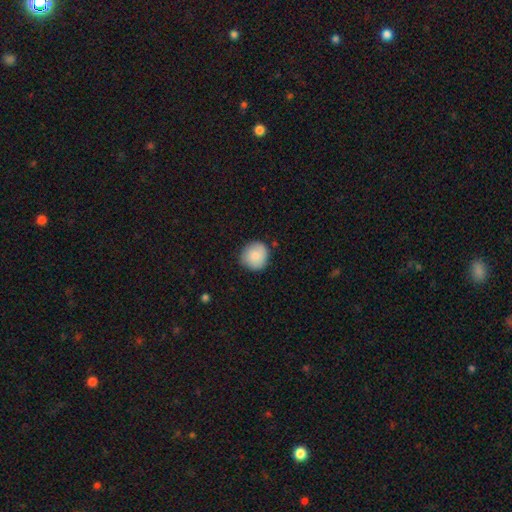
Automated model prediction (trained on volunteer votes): This is clearly a smooth galaxy (85%). How rounded: clearly round (89%). Merging: clearly none (82%).